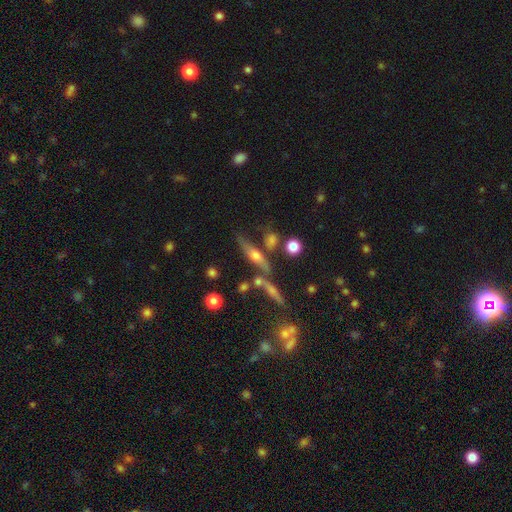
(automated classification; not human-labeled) smooth-or-featured: featured or disk: 60% | smooth: 29% | star or artifact: 11%
  disk-edge-on: yes: 85% | no: 15%
    edge-on-bulge: rounded: 88% | none: 7% | boxy: 5%
  merging: none: 59% | merger: 19% | minor disturbance: 15% | major disturbance: 6%